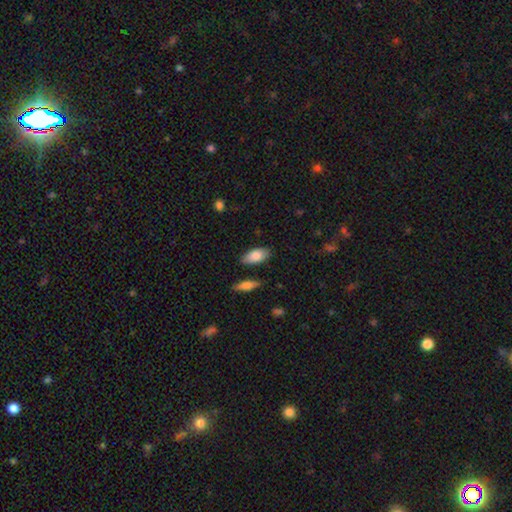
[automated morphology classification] Smooth or featured: smooth — 84% (featured or disk — 10%)
How rounded: in between — 89% (cigar-shaped — 8%)
Merging: none — 81% (minor disturbance — 12%)